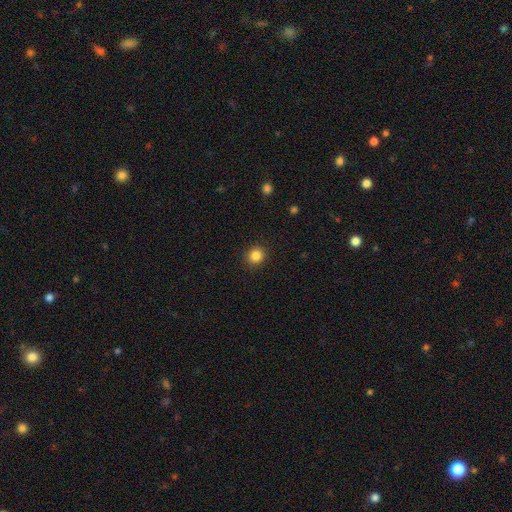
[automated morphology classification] A smooth galaxy with no disk features (85%) that is round (88%). Merging: none (91%).